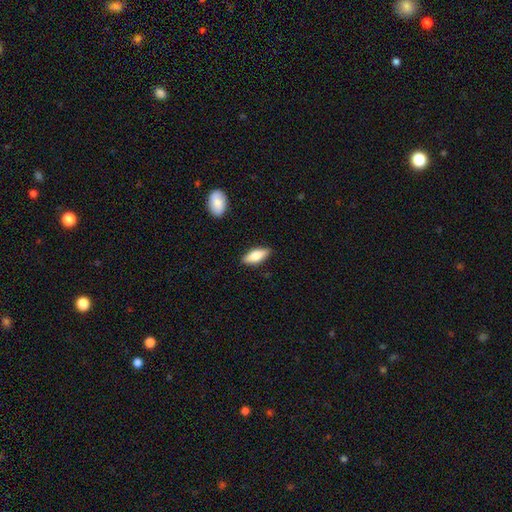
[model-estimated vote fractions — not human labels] Smooth or featured?
  - smooth: 73% *
  - featured or disk: 21%
  - star or artifact: 6%
How rounded?
  - in between: 72% *
  - cigar-shaped: 26%
  - round: 2%
Merging?
  - none: 86% *
  - minor disturbance: 10%
  - major disturbance: 2%
  - merger: 1%